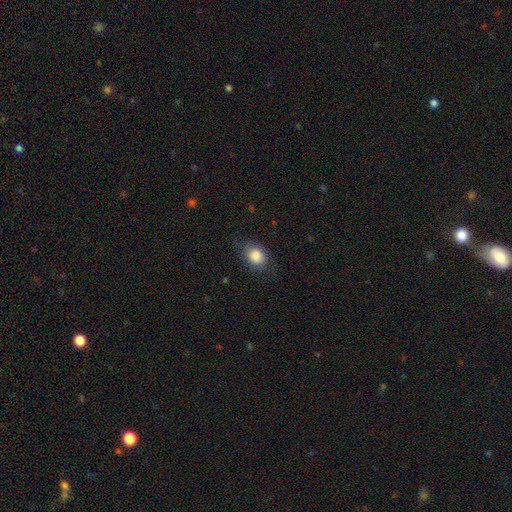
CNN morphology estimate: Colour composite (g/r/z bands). It shows a smooth galaxy with no disk features (85%) that is in between round and cigar-shaped (64%). Merging: none (75%).